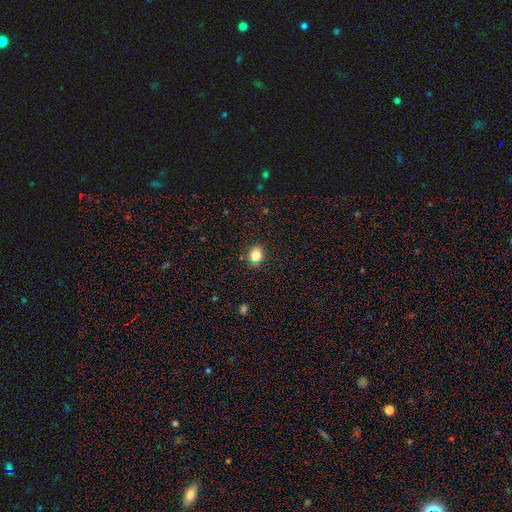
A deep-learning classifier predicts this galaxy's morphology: Smooth or featured? Predicted: smooth (p=0.81). How rounded? Predicted: round (p=0.59). Merging? Predicted: none (p=0.85).